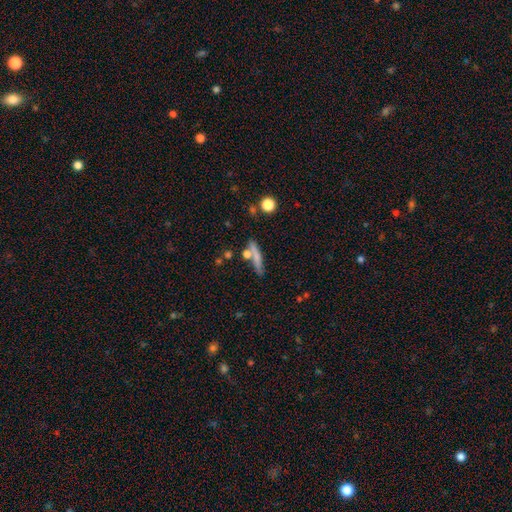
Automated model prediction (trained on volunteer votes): A smooth galaxy with no disk features (63%) that is cigar-shaped (85%).

Vote fractions:
- Smooth or featured? smooth: 63% / featured or disk: 29% / star or artifact: 8%
- How rounded? cigar-shaped: 85% / in between: 11% / round: 4%
- Merging? none: 67% / merger: 15% / minor disturbance: 13% / major disturbance: 4%